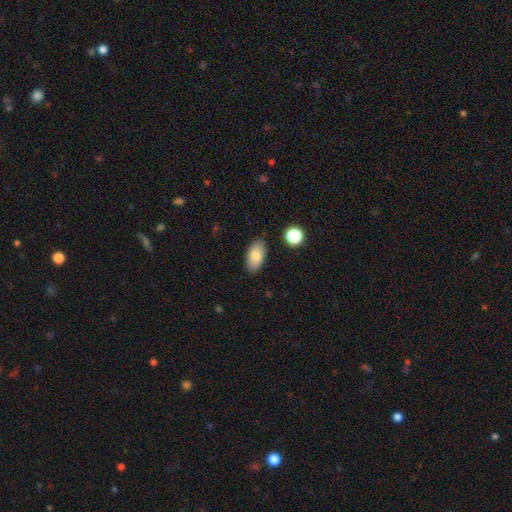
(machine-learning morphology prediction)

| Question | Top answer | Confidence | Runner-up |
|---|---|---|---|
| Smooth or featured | smooth | 82% | featured or disk (11%) |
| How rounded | in between | 93% | round (4%) |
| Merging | none | 85% | minor disturbance (10%) |